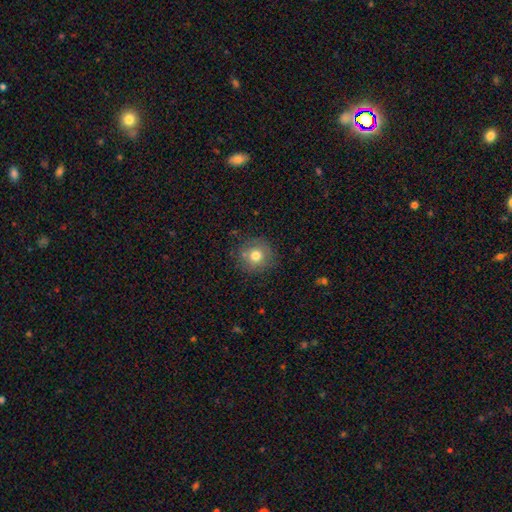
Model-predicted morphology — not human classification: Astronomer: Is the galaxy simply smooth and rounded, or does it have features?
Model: smooth — 75%.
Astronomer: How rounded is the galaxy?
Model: round — 93%.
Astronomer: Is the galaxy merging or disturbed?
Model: none — 81%.